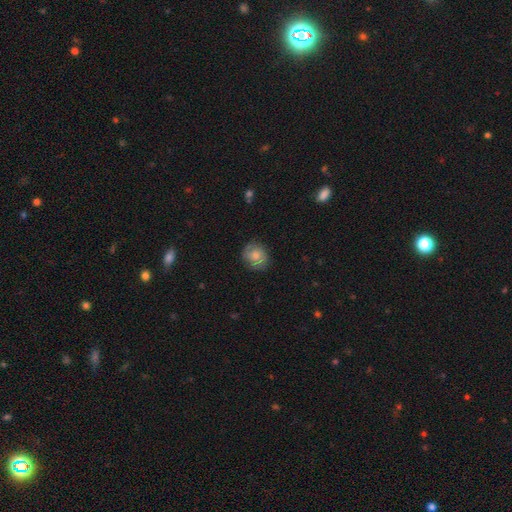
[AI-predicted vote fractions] Morphology: type=smooth (60%); roundness=round (67%); merging=none (77%).